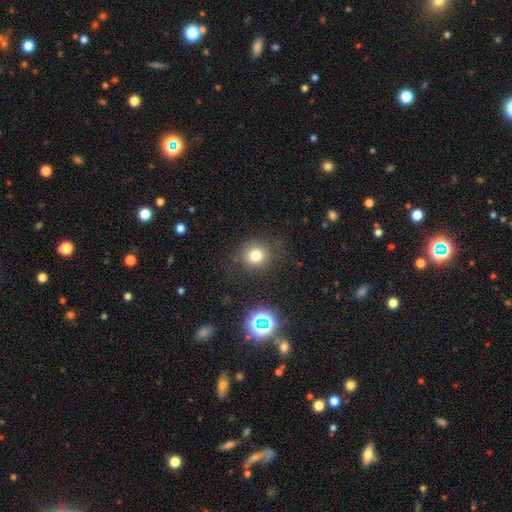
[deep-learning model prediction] The model was most divided on "smooth or featured": smooth: 76%, star or artifact: 16%, featured or disk: 8%. More confident: how rounded — round (87%); merging — none (82%).